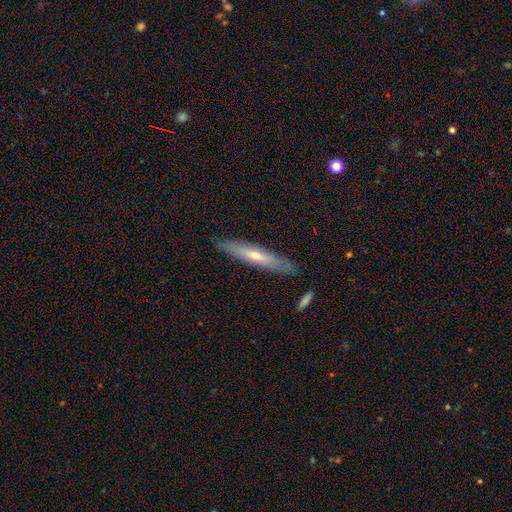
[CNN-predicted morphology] type=featured or disk (55%); edge-on=yes (78%); merging=none (85%).